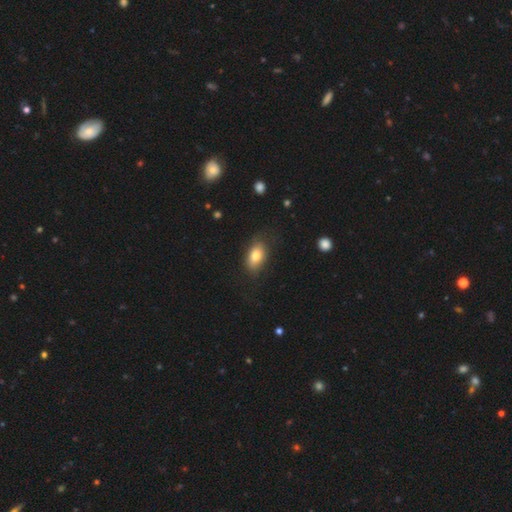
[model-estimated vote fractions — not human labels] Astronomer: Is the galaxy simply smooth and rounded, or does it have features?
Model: smooth — 78%.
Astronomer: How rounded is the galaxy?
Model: in between — 89%.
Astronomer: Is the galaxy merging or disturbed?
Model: none — 72%.